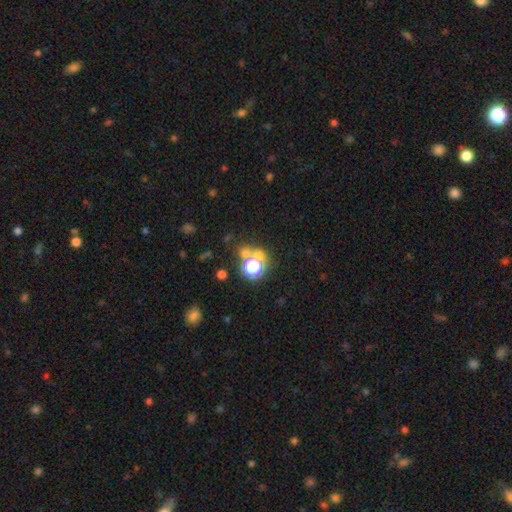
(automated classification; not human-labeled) Smooth or featured?
  - smooth: 49% *
  - star or artifact: 40%
  - featured or disk: 11%
Merging?
  - none: 57% *
  - merger: 29%
  - minor disturbance: 8%
  - major disturbance: 6%